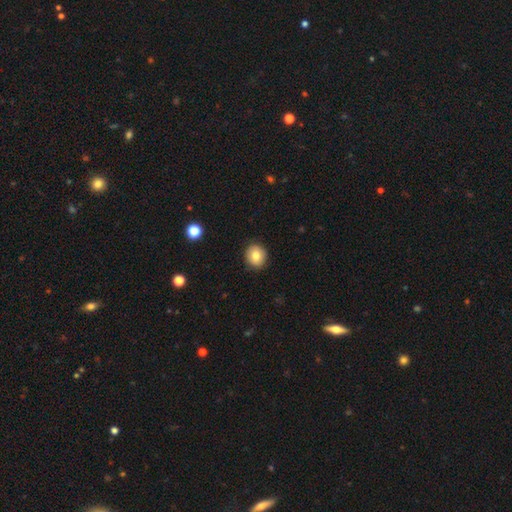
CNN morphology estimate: Smooth or featured?
  - smooth: 80% *
  - featured or disk: 10%
  - star or artifact: 9%
How rounded?
  - round: 79% *
  - in between: 20%
  - cigar-shaped: 1%
Merging?
  - none: 90% *
  - minor disturbance: 7%
  - major disturbance: 2%
  - merger: 1%